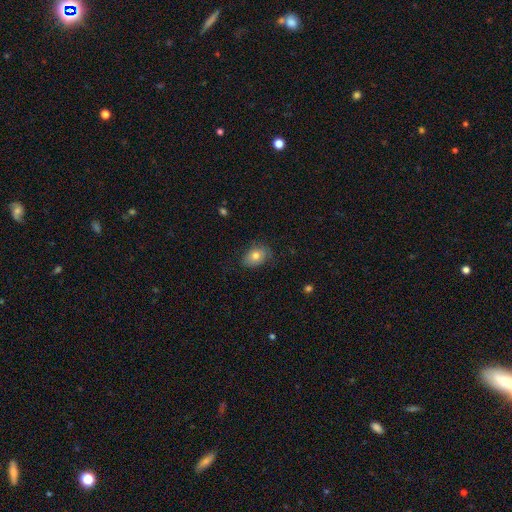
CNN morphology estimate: Smooth or featured: smooth — 75% (featured or disk — 16%)
How rounded: in between — 75% (round — 24%)
Merging: none — 73% (minor disturbance — 21%)